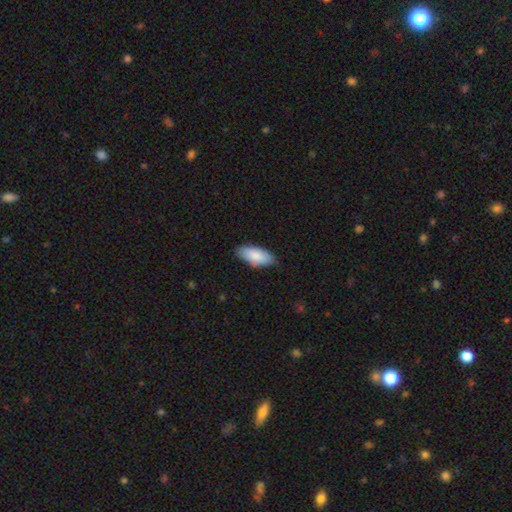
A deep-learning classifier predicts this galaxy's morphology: This appears to be a smooth galaxy with no disk features (85%) that is in between round and cigar-shaped (89%). Merging: none (81%).